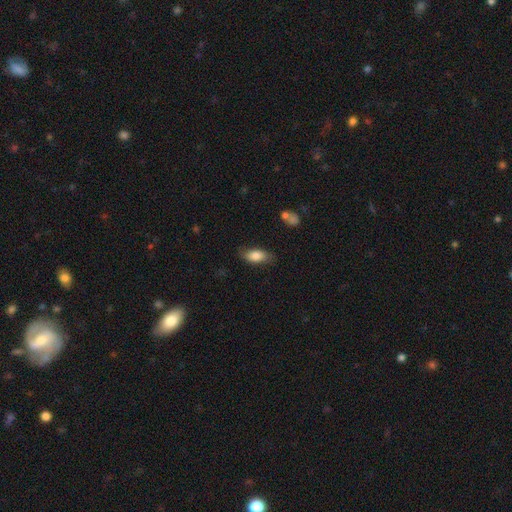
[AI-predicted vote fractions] A smooth galaxy with no disk features (80%) that is in between round and cigar-shaped (87%). Merging: none (75%).